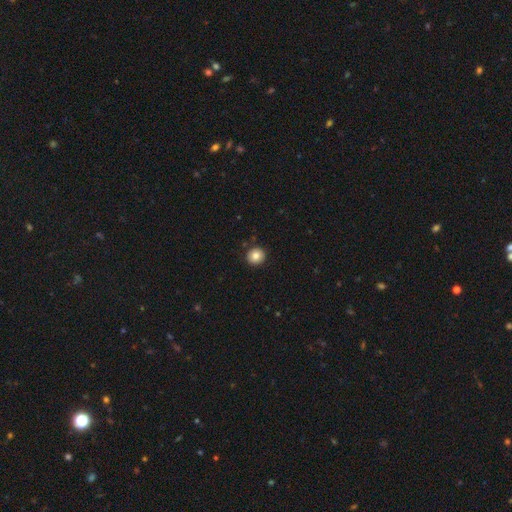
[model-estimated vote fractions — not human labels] Overall: smooth (83%). How rounded: round (93%). Merging: none (92%).